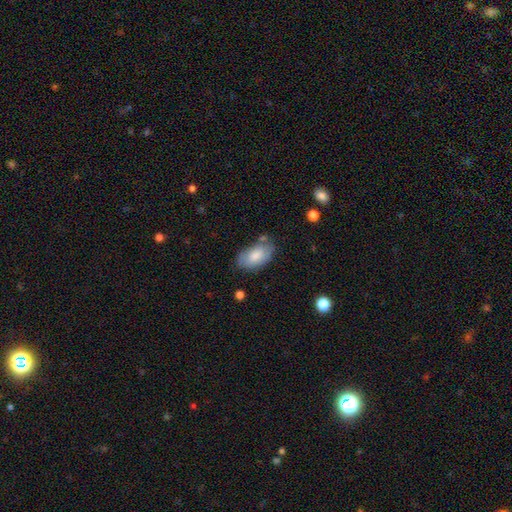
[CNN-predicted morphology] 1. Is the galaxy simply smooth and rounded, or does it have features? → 77% smooth, 17% featured or disk, 6% star or artifact.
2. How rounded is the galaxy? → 94% in between, 4% round, 2% cigar-shaped.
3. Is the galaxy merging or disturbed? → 63% none, 25% minor disturbance, 6% major disturbance, 6% merger.